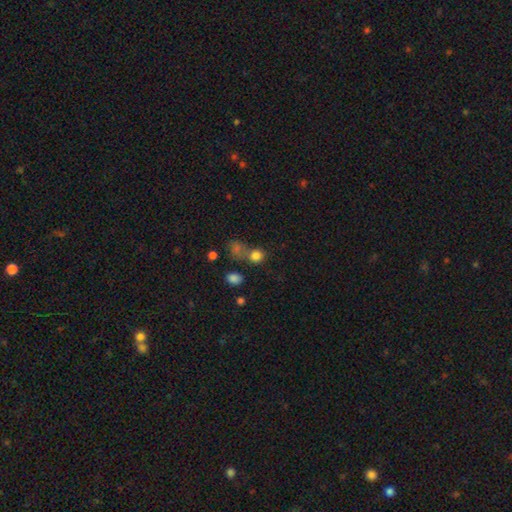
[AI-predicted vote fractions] A smooth galaxy with no disk features (79%) that is round (78%).

Vote fractions:
- Smooth or featured? smooth: 79% / star or artifact: 14% / featured or disk: 7%
- How rounded? round: 78% / in between: 20% / cigar-shaped: 1%
- Merging? none: 51% / merger: 32% / minor disturbance: 11% / major disturbance: 7%